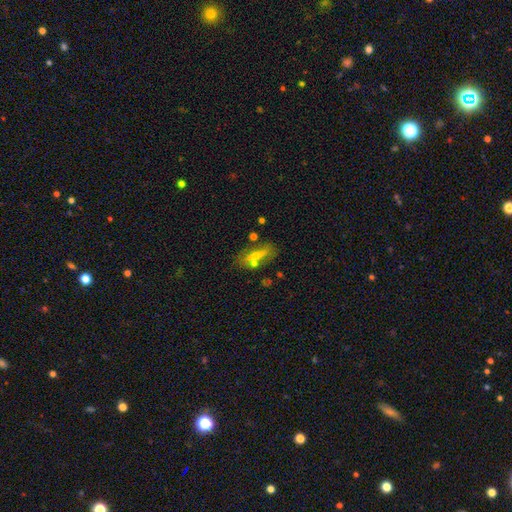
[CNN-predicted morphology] This is possibly a featured or disk galaxy (46%). Merging: likely none (63%).